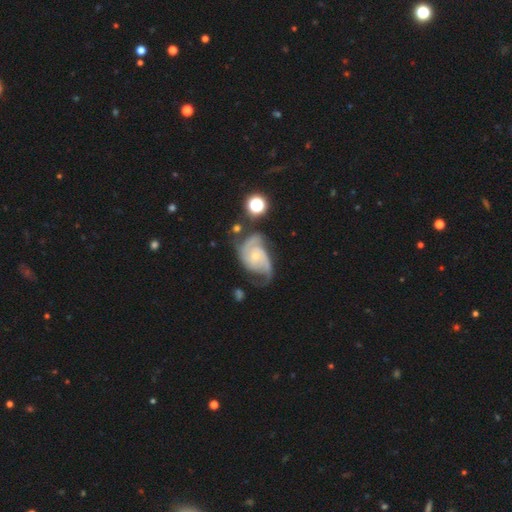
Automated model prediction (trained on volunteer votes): Morphology: type=featured or disk (88%); edge-on=no (98%); bar=no (61%); spiral arms=yes (97%); winding=medium (48%); arm count=2 (63%); bulge=small (61%); merging=none (51%).